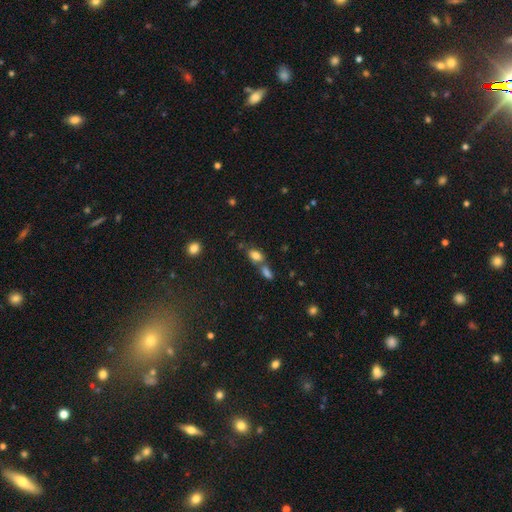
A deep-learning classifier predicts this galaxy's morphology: This appears to be a smooth galaxy with no disk features (79%) that is in between round and cigar-shaped (86%). Merging: merger (45%).